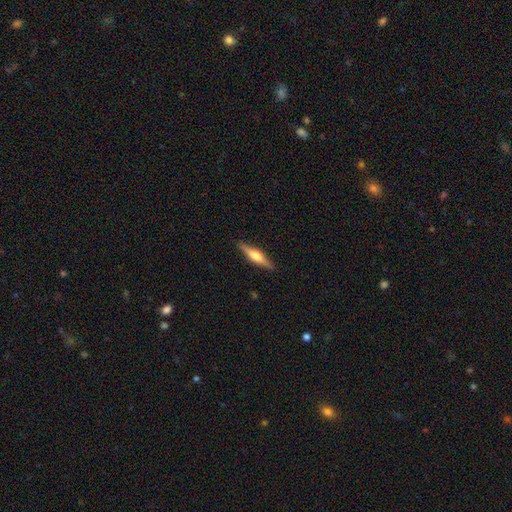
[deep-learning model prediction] The model was most divided on "smooth or featured": featured or disk: 61%, smooth: 33%, star or artifact: 6%. More confident: edge-on disk — yes (97%); merging — none (90%); edge-on bulge — rounded (88%).